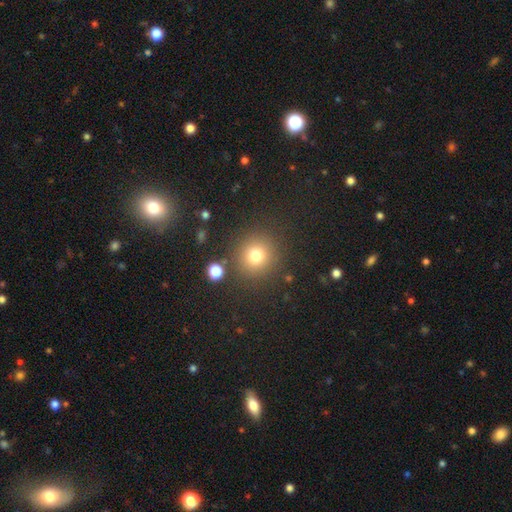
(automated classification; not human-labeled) This is likely a smooth galaxy (76%). How rounded: clearly round (91%). Merging: clearly none (85%).